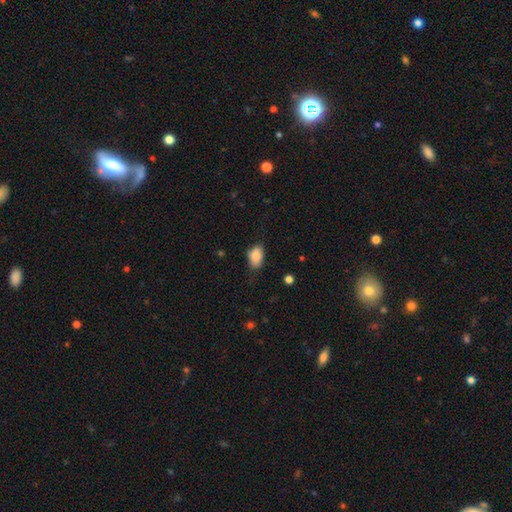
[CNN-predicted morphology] smooth 86%, star or artifact 8%, featured or disk 6%. Down the decision tree: how rounded — in between (87%); merging — none (61%).